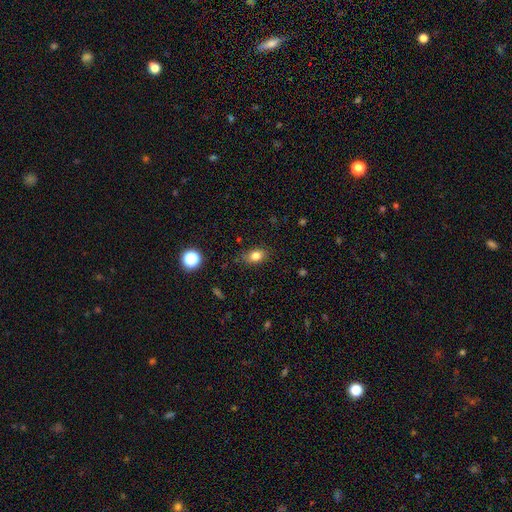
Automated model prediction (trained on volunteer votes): smooth 82%, star or artifact 11%, featured or disk 8%. Down the decision tree: how rounded — in between (78%); merging — none (78%).